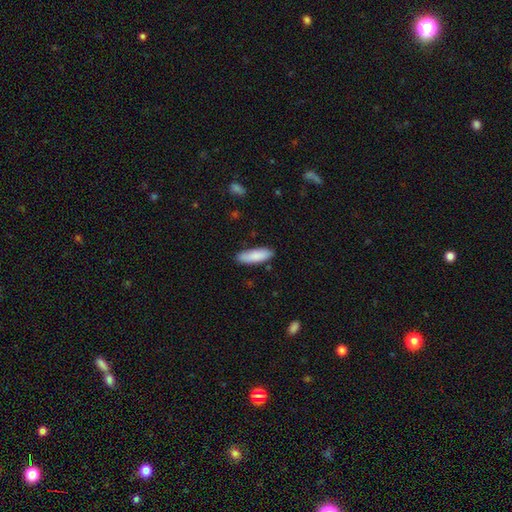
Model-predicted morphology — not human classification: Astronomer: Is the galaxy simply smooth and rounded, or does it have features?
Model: smooth — 87%.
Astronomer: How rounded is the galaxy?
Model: in between — 54% (runner-up: cigar-shaped, 45%).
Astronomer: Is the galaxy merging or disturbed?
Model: none — 84%.